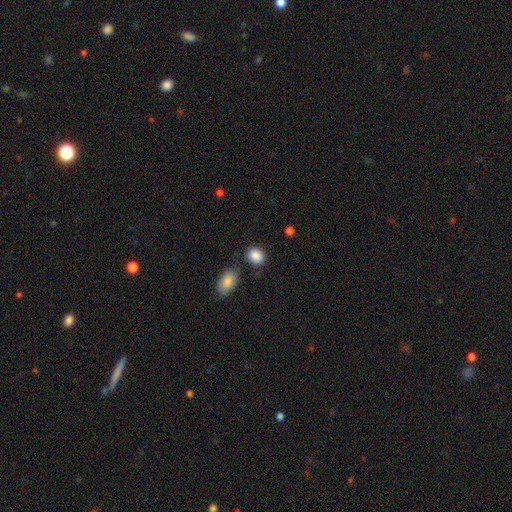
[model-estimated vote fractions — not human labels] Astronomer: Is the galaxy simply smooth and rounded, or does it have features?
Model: smooth — 88%.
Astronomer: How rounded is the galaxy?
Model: in between — 53% (runner-up: round, 46%).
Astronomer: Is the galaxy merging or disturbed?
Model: none — 75%.